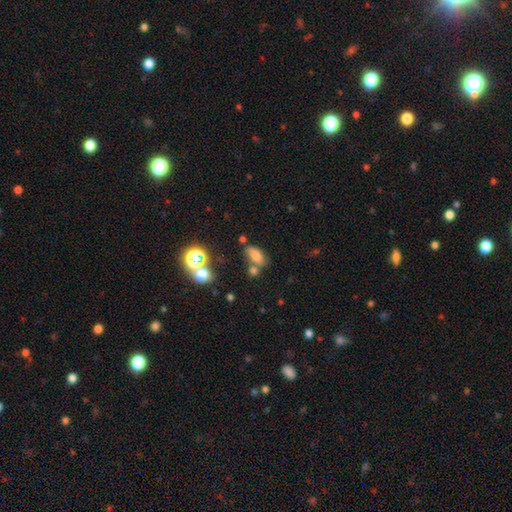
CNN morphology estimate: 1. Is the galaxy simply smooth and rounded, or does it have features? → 74% smooth, 16% star or artifact, 10% featured or disk.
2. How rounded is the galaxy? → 83% in between, 9% round, 8% cigar-shaped.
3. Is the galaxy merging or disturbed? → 54% none, 22% merger, 17% minor disturbance, 7% major disturbance.